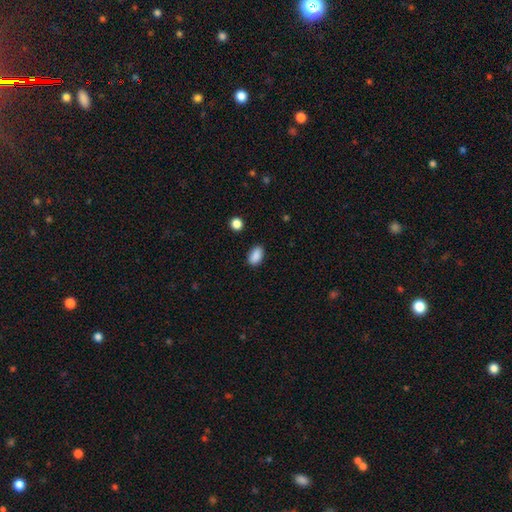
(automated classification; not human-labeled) smooth_or_featured: smooth (p=0.89) [alt: star or artifact p=0.08]
how_rounded: in between (p=0.89) [alt: round p=0.09]
merging: none (p=0.85) [alt: minor disturbance p=0.11]